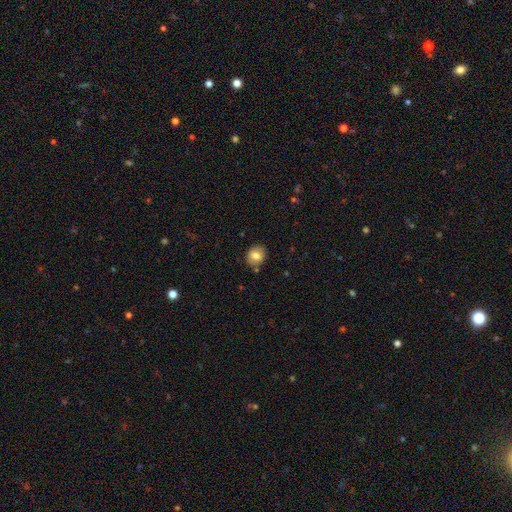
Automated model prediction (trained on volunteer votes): This appears to be a smooth galaxy with no disk features (78%) that is round (70%). Merging: none (81%).